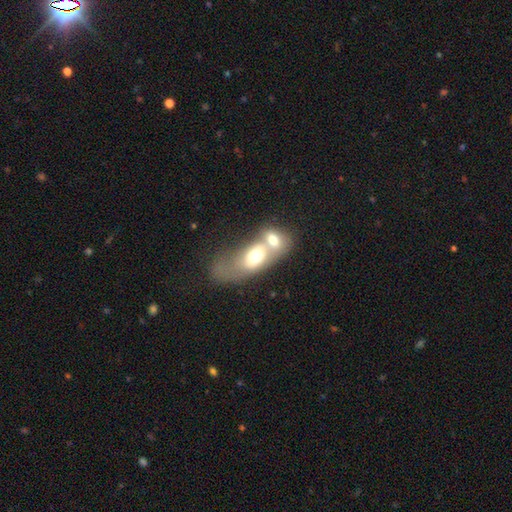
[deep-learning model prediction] A smooth galaxy with no disk features (60%) that is in between round and cigar-shaped (80%).

Vote fractions:
- Smooth or featured? smooth: 60% / featured or disk: 32% / star or artifact: 8%
- How rounded? in between: 80% / round: 13% / cigar-shaped: 7%
- Merging? merger: 78% / none: 9% / major disturbance: 8% / minor disturbance: 5%